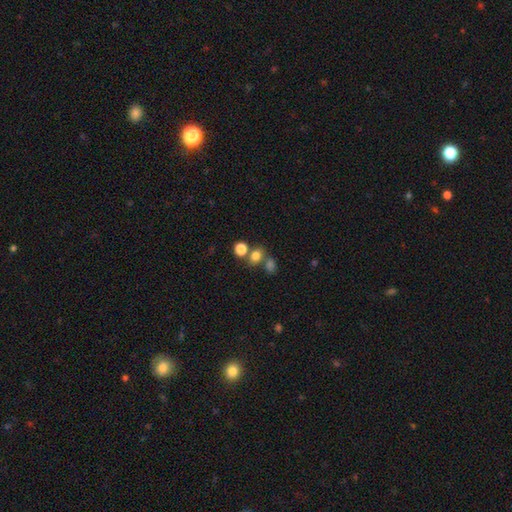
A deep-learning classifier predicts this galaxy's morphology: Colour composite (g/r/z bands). It shows a smooth galaxy with no disk features (76%) that is round (56%). Merging: none (52%).